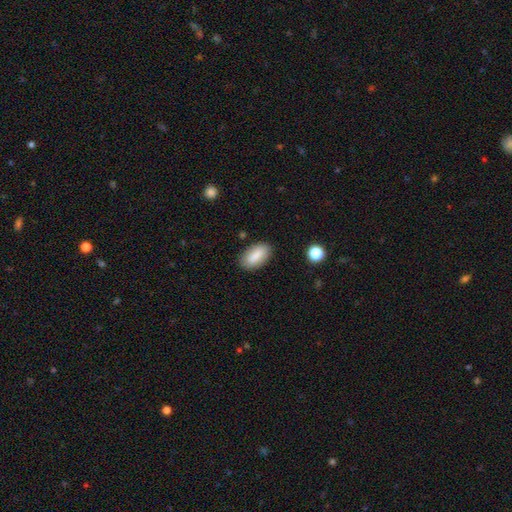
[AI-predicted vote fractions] Smooth or featured? smooth (86%)
How rounded? in between (93%)
Merging? none (86%)